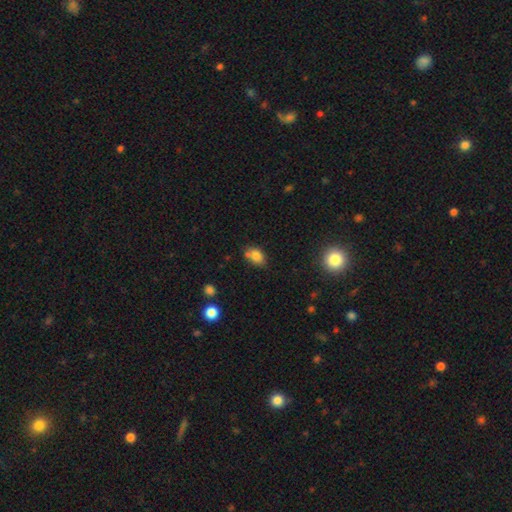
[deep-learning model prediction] smooth_or_featured: smooth (p=0.79) [alt: star or artifact p=0.11]
how_rounded: in between (p=0.79) [alt: round p=0.19]
merging: none (p=0.58) [alt: merger p=0.19]